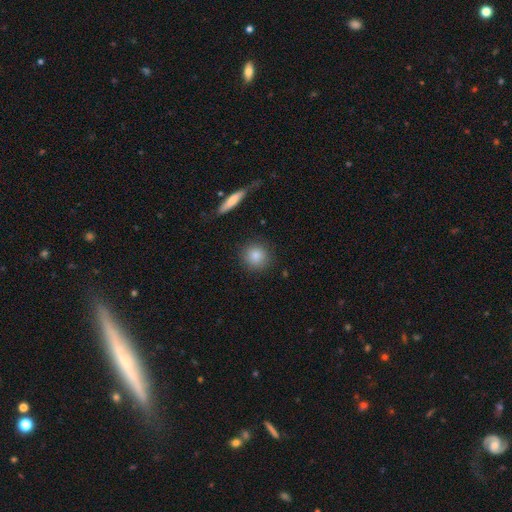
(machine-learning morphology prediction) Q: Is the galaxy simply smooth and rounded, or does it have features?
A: smooth — 84%.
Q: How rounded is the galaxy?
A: round — 90%.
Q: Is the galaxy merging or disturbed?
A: none — 87%.